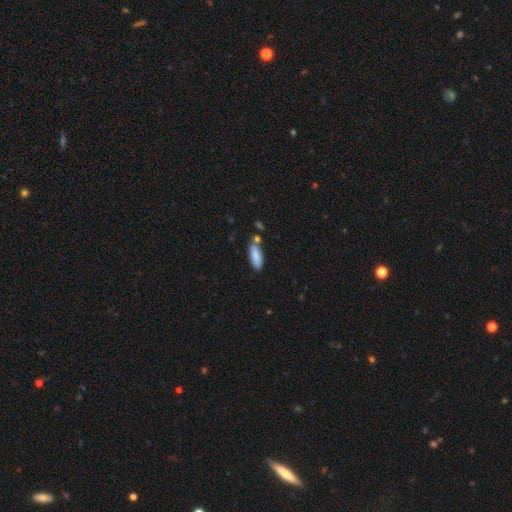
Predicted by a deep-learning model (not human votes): The model was most divided on "how rounded": in between: 59%, cigar-shaped: 39%, round: 2%. More confident: smooth or featured — smooth (85%); merging — none (69%).